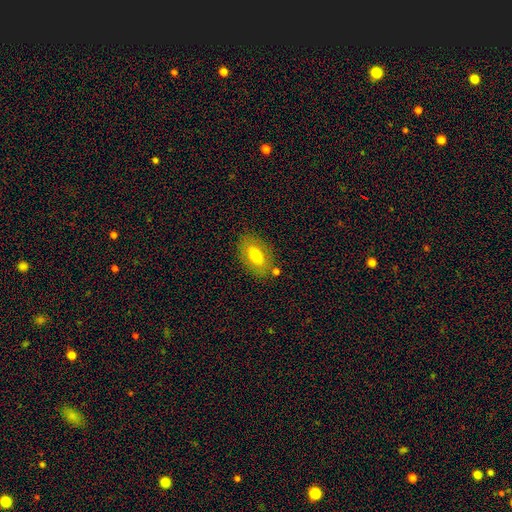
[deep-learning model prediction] Smooth or featured? Predicted: smooth (p=0.68). How rounded? Predicted: in between (p=0.89). Merging? Predicted: none (p=0.79).